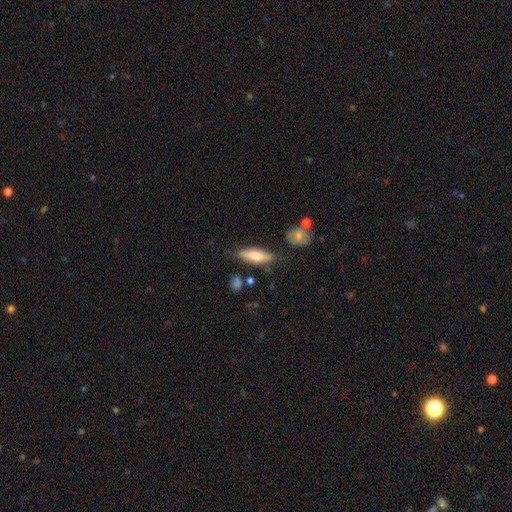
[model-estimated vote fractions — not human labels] Overall: smooth (75%). How rounded: cigar-shaped (53%; in between 45%). Merging: none (75%).